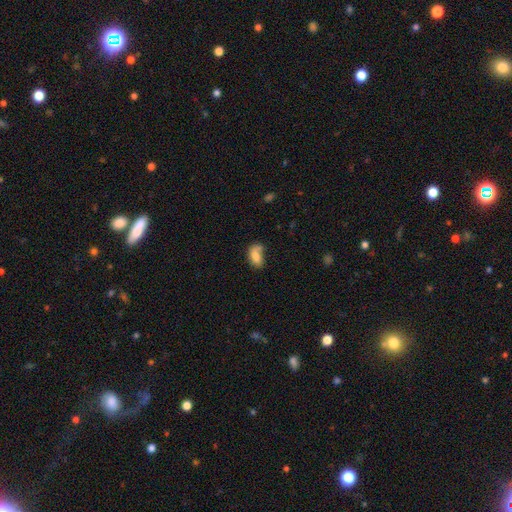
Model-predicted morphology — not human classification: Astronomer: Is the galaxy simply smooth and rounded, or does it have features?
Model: smooth — 78%.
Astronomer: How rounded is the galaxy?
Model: in between — 89%.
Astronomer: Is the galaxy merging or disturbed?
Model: none — 40% (runner-up: minor disturbance, 25%).